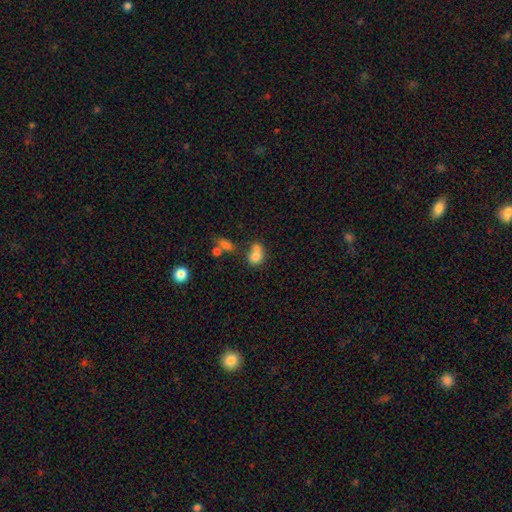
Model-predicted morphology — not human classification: A smooth galaxy with no disk features (76%) that is in between round and cigar-shaped (55%).

Vote fractions:
- Smooth or featured? smooth: 76% / featured or disk: 13% / star or artifact: 11%
- How rounded? in between: 55% / round: 43% / cigar-shaped: 2%
- Merging? merger: 53% / none: 28% / minor disturbance: 12% / major disturbance: 8%